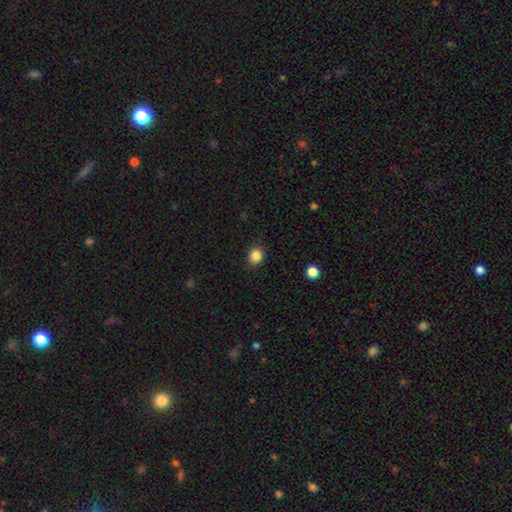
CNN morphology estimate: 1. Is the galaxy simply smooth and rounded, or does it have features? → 86% smooth, 10% star or artifact, 4% featured or disk.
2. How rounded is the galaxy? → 64% round, 36% in between, 1% cigar-shaped.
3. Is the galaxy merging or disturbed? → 85% none, 11% minor disturbance, 3% major disturbance, 1% merger.